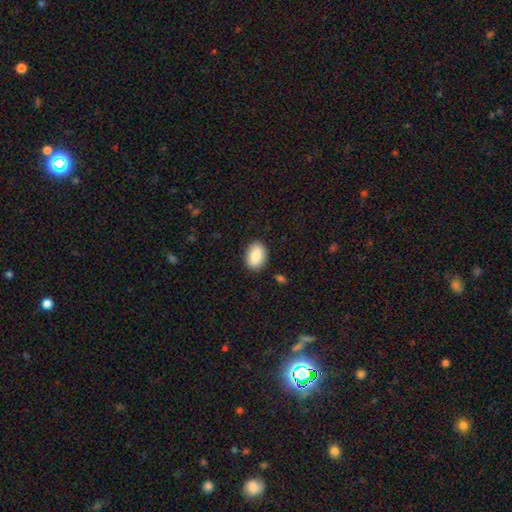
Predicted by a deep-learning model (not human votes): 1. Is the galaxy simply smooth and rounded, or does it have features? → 85% smooth, 8% featured or disk, 7% star or artifact.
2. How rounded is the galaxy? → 85% in between, 13% round, 1% cigar-shaped.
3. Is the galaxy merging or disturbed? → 87% none, 9% minor disturbance, 2% major disturbance, 1% merger.